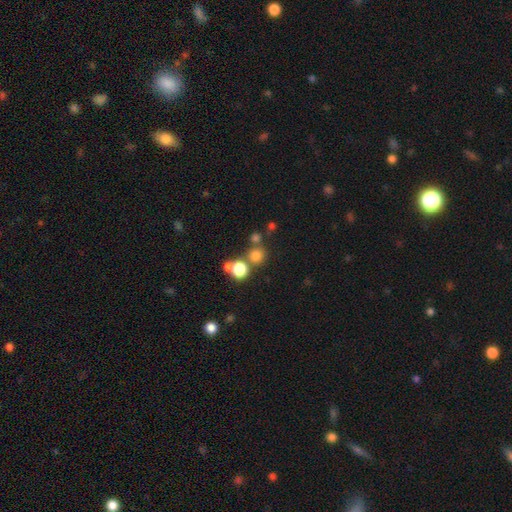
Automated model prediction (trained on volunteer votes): Smooth or featured: smooth — 73% (star or artifact — 20%)
How rounded: round — 91% (in between — 8%)
Merging: none — 66% (merger — 22%)